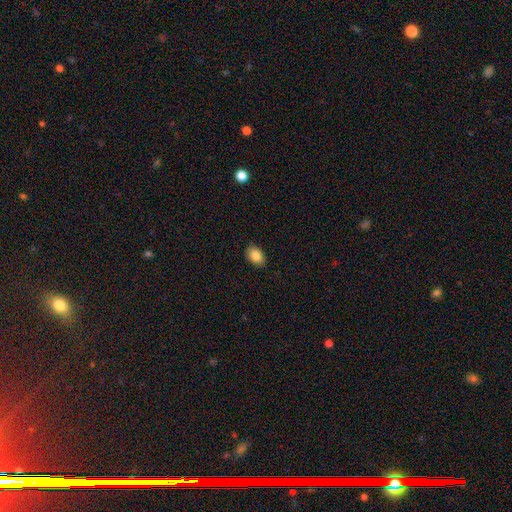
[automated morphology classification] type=smooth (86%); roundness=in between (83%); merging=none (87%).